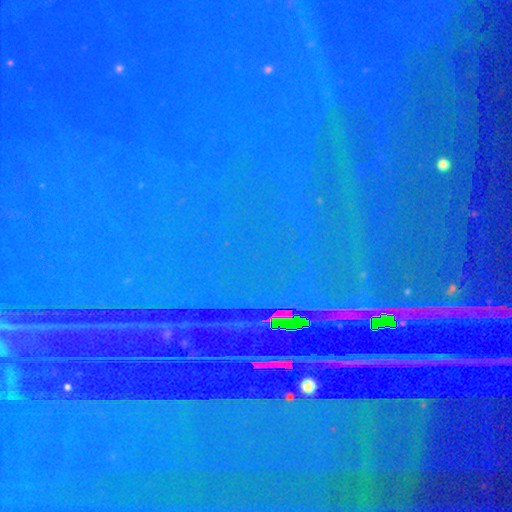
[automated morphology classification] Smooth or featured?
  - star or artifact: 88% *
  - featured or disk: 7%
  - smooth: 6%